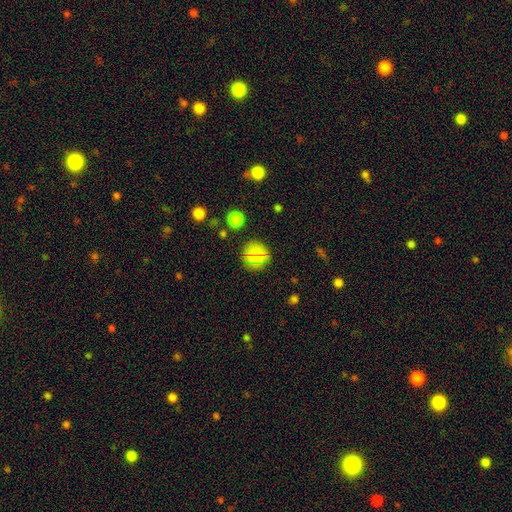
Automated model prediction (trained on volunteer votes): Q: Smooth or featured?
A: smooth (78%); runner-up: star or artifact (13%)
Q: How rounded?
A: round (92%); runner-up: in between (7%)
Q: Merging?
A: none (83%); runner-up: minor disturbance (11%)